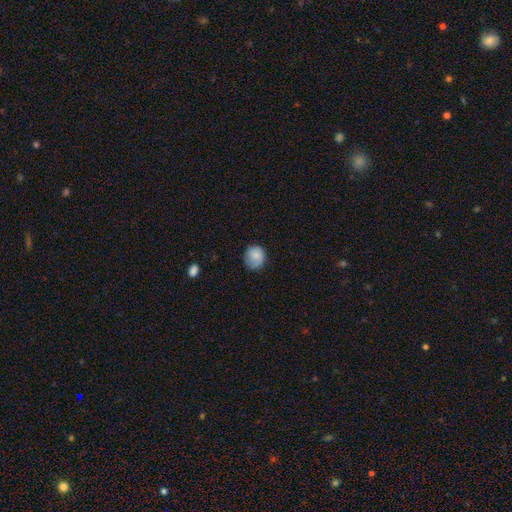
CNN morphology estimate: smooth 80%, featured or disk 12%, star or artifact 8%. Down the decision tree: how rounded — round (77%); merging — none (70%).